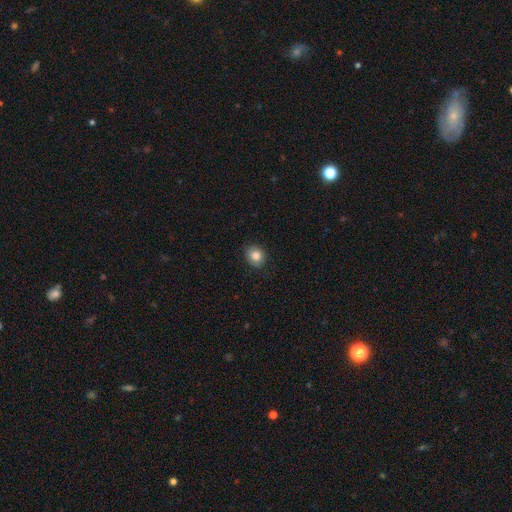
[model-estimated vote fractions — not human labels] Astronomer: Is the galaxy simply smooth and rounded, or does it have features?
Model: smooth — 83%.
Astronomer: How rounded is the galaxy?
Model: round — 69%.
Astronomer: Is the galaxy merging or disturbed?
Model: none — 86%.